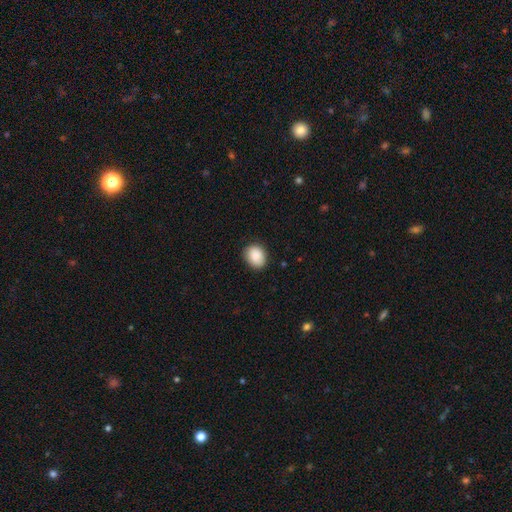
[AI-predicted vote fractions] Smooth or featured? smooth (89%)
How rounded? in between (53%)
Merging? none (84%)